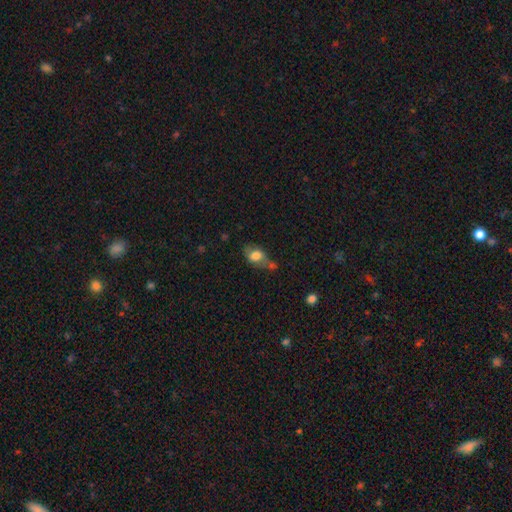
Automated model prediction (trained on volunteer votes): The model was most divided on "merging": none: 36%, merger: 26%, minor disturbance: 24%, major disturbance: 13%. More confident: how rounded — in between (76%); smooth or featured — smooth (70%).